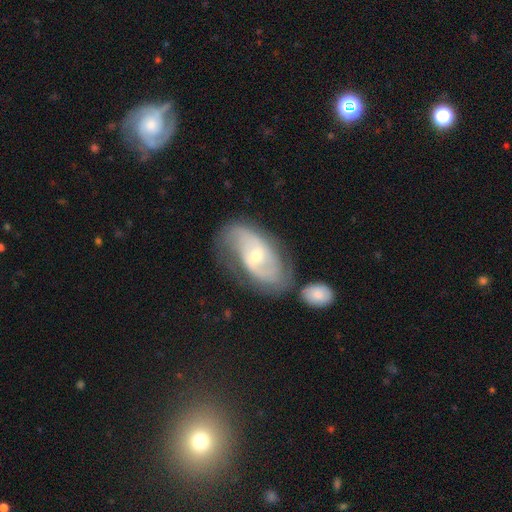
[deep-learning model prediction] smooth_or_featured: featured or disk (p=0.79) [alt: smooth p=0.15]
disk_edge_on: no (p=0.95) [alt: yes p=0.05]
bar: no (p=0.45) [alt: weak p=0.42]
has_spiral_arms: yes (p=0.88) [alt: no p=0.12]
spiral_winding: medium (p=0.43) [alt: tight p=0.31]
spiral_arm_count: 2 (p=0.74) [alt: can't tell p=0.17]
bulge_size: moderate (p=0.48) [tied with: small p=0.48]
merging: none (p=0.57) [alt: minor disturbance p=0.20]